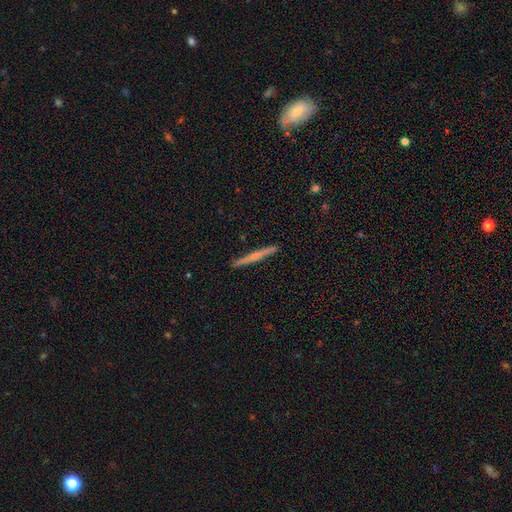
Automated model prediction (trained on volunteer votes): smooth 47% (tied), featured or disk 47% (tied), star or artifact 6%. Down the decision tree: merging — none (92%).